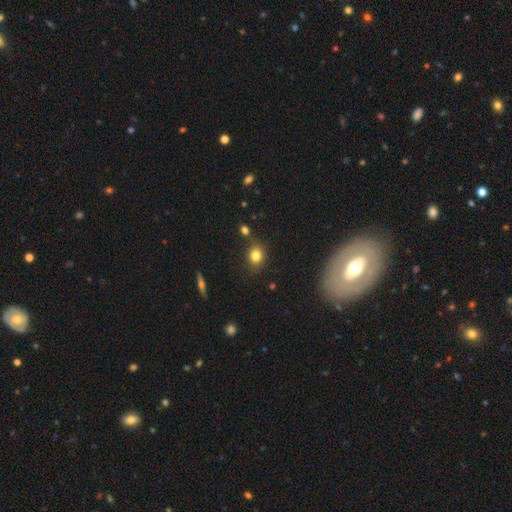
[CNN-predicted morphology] Smooth or featured? Predicted: smooth (p=0.81). How rounded? Predicted: round (p=0.59). Merging? Predicted: none (p=0.78).